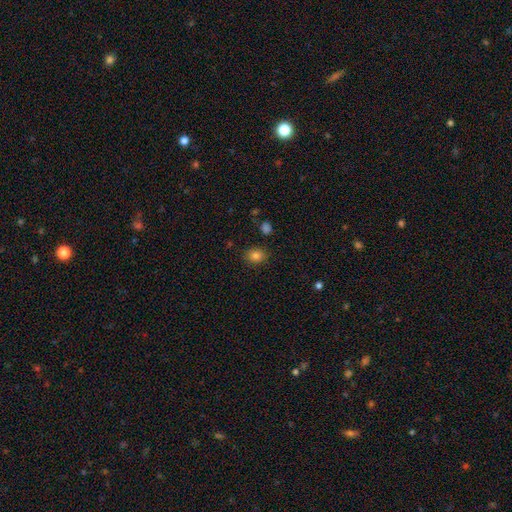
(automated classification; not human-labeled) The model was most divided on "how rounded": in between: 52%, round: 47%, cigar-shaped: 1%. More confident: merging — none (86%); smooth or featured — smooth (83%).